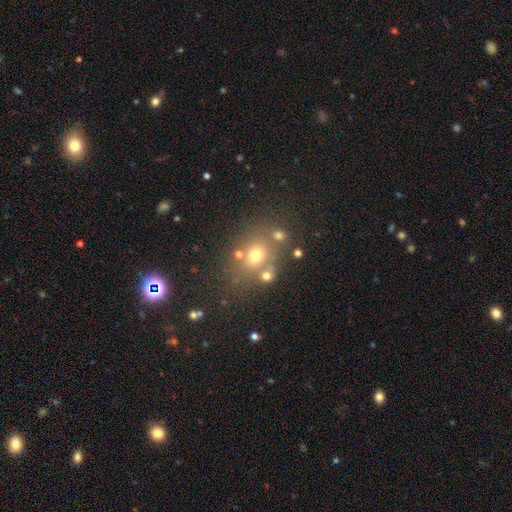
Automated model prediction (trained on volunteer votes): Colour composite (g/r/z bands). It shows a smooth galaxy with no disk features (63%) that is round (60%). Merging: none (65%).